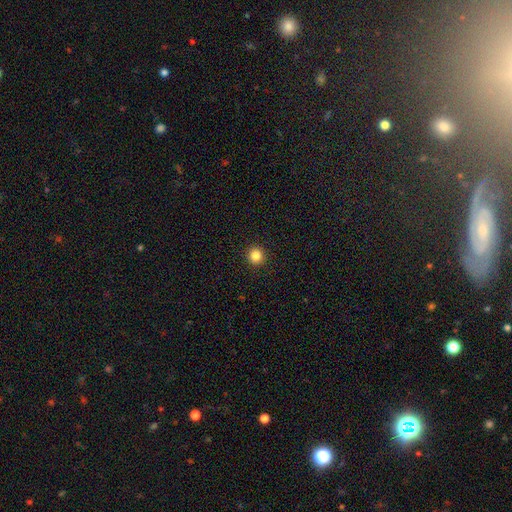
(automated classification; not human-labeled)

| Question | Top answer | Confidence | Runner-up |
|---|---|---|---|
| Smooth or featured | smooth | 85% | star or artifact (11%) |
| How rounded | round | 95% | in between (5%) |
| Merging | none | 93% | minor disturbance (4%) |